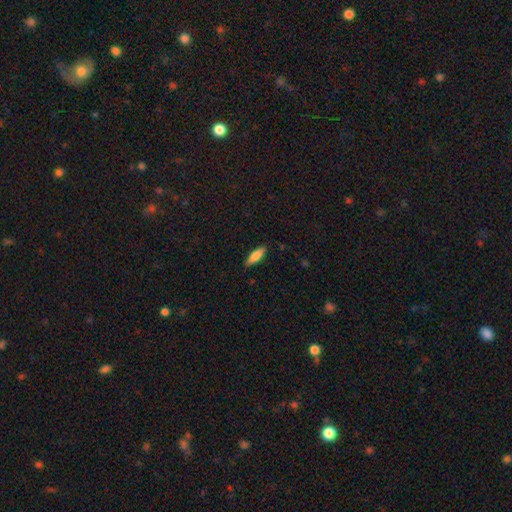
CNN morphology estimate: A smooth galaxy with no disk features (78%) that is in between round and cigar-shaped (52%).

Vote fractions:
- Smooth or featured? smooth: 78% / featured or disk: 16% / star or artifact: 6%
- How rounded? in between: 52% / cigar-shaped: 46% / round: 2%
- Merging? none: 86% / minor disturbance: 11% / major disturbance: 2% / merger: 1%